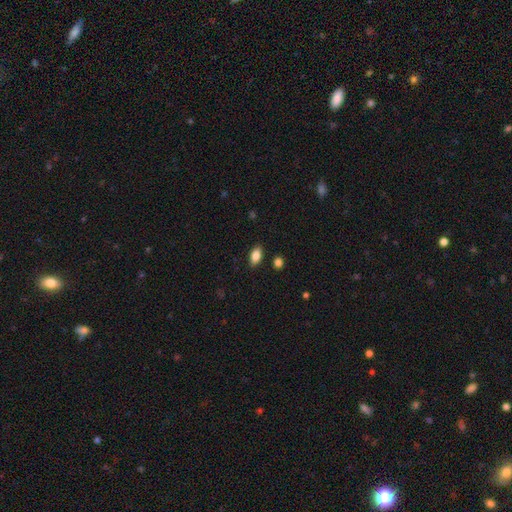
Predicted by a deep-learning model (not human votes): Overall: smooth (83%). How rounded: in between (90%). Merging: none (86%).